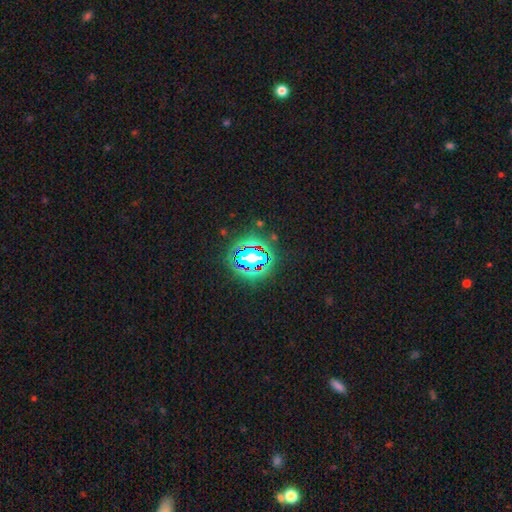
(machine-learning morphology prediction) type=star or artifact (62%).